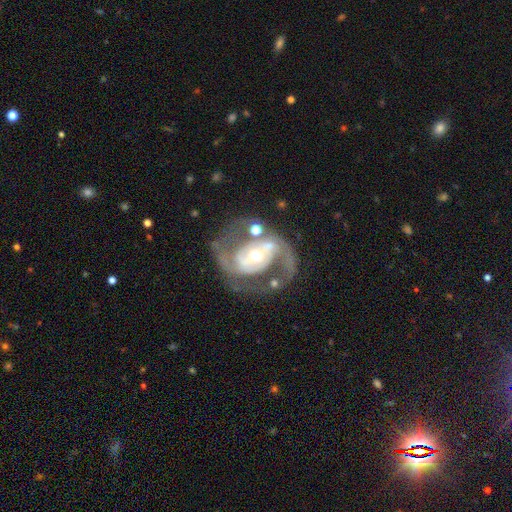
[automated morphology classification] Q: Smooth or featured?
A: featured or disk (86%); runner-up: smooth (9%)
Q: Edge-on disk?
A: no (97%); runner-up: yes (3%)
Q: Bar?
A: no (39%); runner-up: weak (34%)
Q: Spiral arms?
A: yes (88%); runner-up: no (12%)
Q: Spiral winding?
A: medium (52%); runner-up: tight (25%)
Q: Spiral arm count?
A: 2 (82%); runner-up: can't tell (7%)
Q: Bulge size?
A: moderate (66%); runner-up: small (23%)
Q: Merging?
A: none (56%); runner-up: major disturbance (20%)